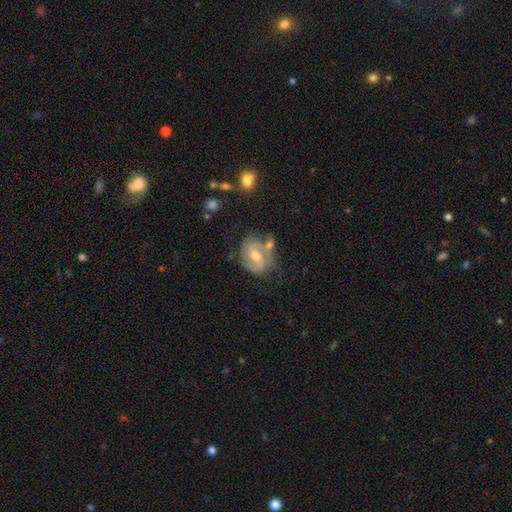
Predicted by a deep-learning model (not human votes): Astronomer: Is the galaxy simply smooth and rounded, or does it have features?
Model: featured or disk — 74%.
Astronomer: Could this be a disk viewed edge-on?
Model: no — 97%.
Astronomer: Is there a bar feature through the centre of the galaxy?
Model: no — 45%, tied with weak at 45%.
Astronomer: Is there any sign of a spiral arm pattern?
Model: yes — 89%.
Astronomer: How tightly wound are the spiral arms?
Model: tight — 48% (runner-up: medium, 40%).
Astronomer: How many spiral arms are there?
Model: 2 — 66%.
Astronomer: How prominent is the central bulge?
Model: moderate — 65%.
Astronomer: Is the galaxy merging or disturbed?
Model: none — 53%.